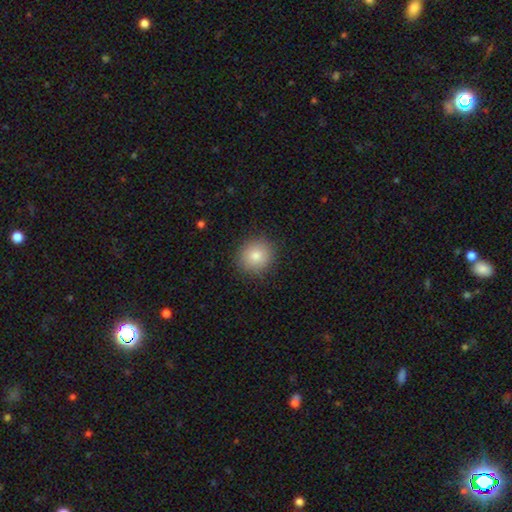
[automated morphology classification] A smooth galaxy with no disk features (82%) that is round (86%).

Vote fractions:
- Smooth or featured? smooth: 82% / star or artifact: 10% / featured or disk: 8%
- How rounded? round: 86% / in between: 13% / cigar-shaped: 1%
- Merging? none: 90% / minor disturbance: 7% / major disturbance: 2% / merger: 1%